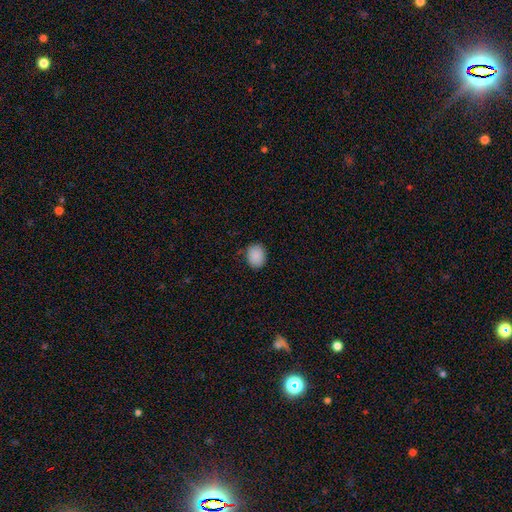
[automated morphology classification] A smooth galaxy with no disk features (89%) that is round (56%). Merging: none (83%).